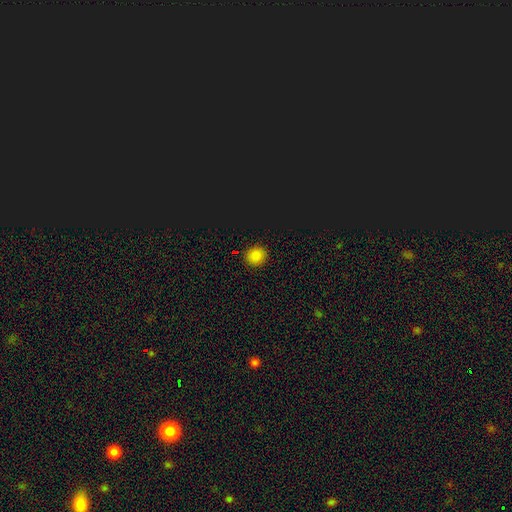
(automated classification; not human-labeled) Smooth or featured: smooth — 82% (star or artifact — 15%)
How rounded: round — 88% (in between — 11%)
Merging: none — 90% (minor disturbance — 6%)